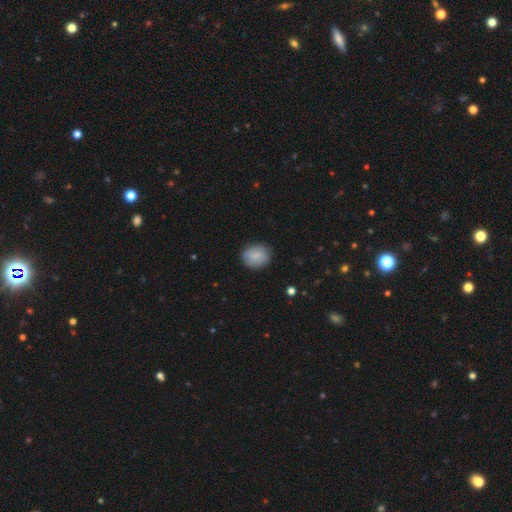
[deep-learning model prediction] smooth-or-featured: smooth: 86% | featured or disk: 8% | star or artifact: 7%
  how-rounded: round: 63% | in between: 36% | cigar-shaped: 1%
  merging: none: 85% | minor disturbance: 11% | major disturbance: 3% | merger: 1%